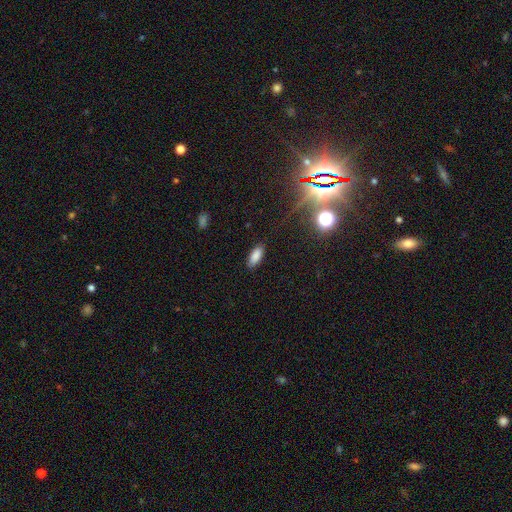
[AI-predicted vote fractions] A smooth galaxy with no disk features (85%) that is in between round and cigar-shaped (81%).

Vote fractions:
- Smooth or featured? smooth: 85% / star or artifact: 10% / featured or disk: 5%
- How rounded? in between: 81% / cigar-shaped: 17% / round: 2%
- Merging? none: 87% / minor disturbance: 10% / major disturbance: 2% / merger: 1%